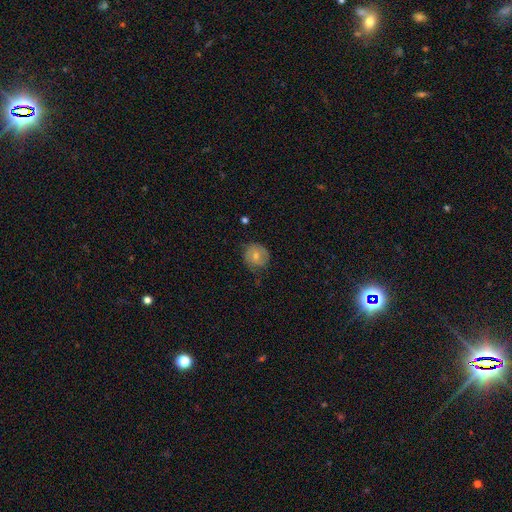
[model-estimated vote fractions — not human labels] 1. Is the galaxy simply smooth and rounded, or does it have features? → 61% smooth, 31% featured or disk, 8% star or artifact.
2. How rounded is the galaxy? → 87% round, 12% in between, 1% cigar-shaped.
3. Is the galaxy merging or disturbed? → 67% none, 24% minor disturbance, 7% major disturbance, 1% merger.